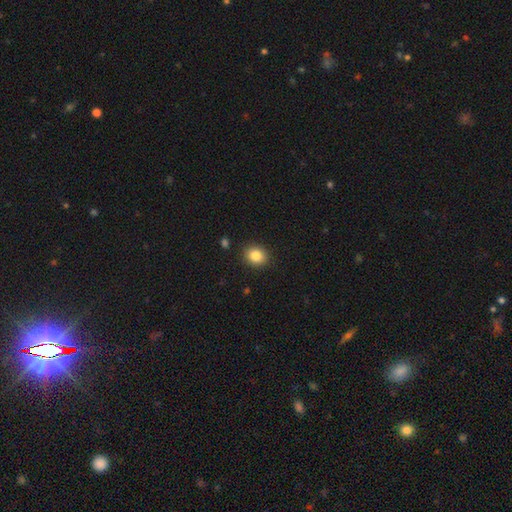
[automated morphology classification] The model was most divided on "how rounded": round: 67%, in between: 32%, cigar-shaped: 1%. More confident: merging — none (89%); smooth or featured — smooth (85%).